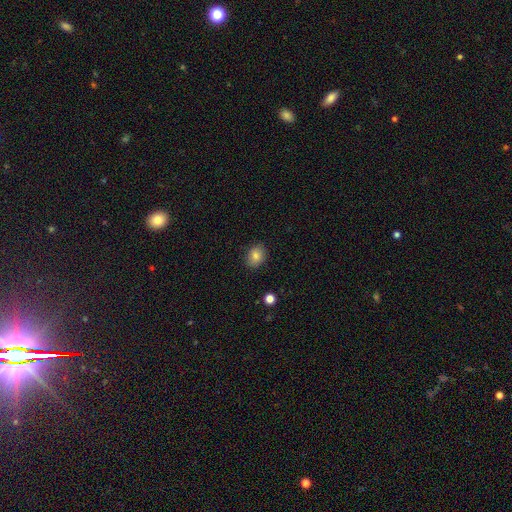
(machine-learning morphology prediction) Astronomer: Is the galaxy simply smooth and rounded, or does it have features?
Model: smooth — 82%.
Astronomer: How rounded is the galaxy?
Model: in between — 58% (runner-up: round, 41%).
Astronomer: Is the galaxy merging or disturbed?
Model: none — 86%.